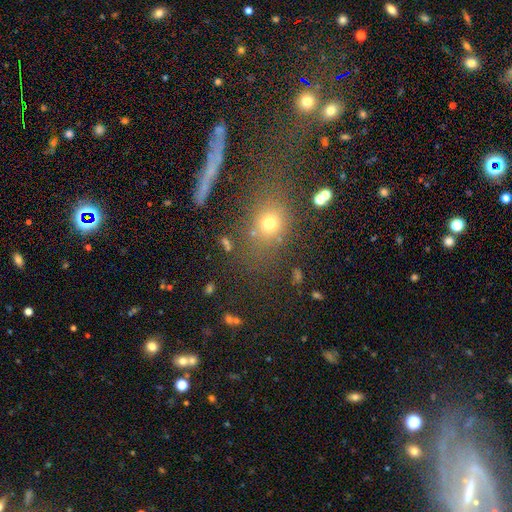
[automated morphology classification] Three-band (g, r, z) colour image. It shows a smooth galaxy with no disk features (56%) that is round (52%). Merging: none (72%).